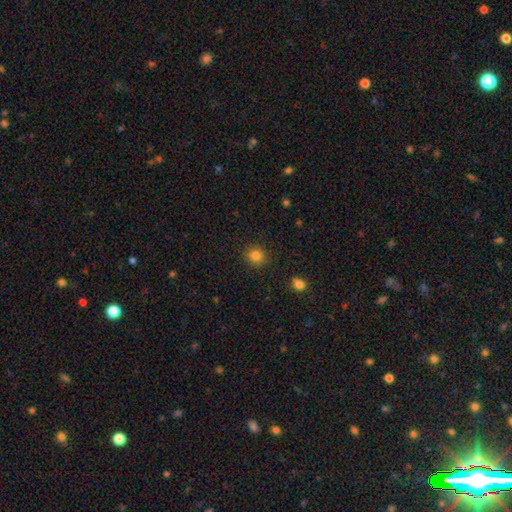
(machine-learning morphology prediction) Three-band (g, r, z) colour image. It shows a smooth galaxy with no disk features (83%) that is round (88%). Merging: none (89%).